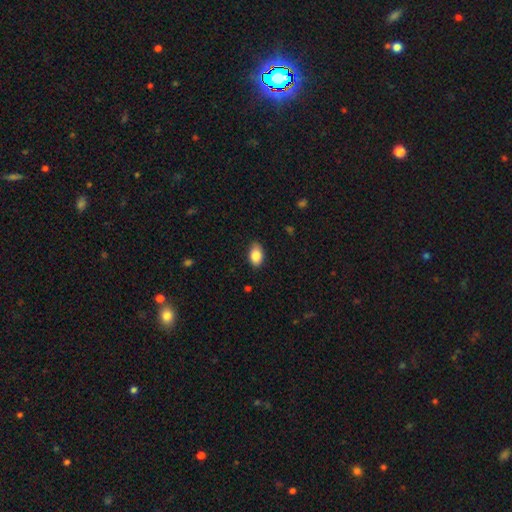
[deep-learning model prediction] This is clearly a smooth galaxy (86%). How rounded: clearly in between (88%). Merging: clearly none (80%).